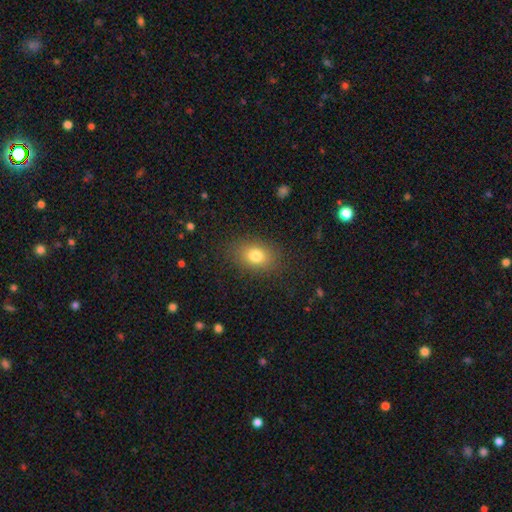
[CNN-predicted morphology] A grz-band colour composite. It shows a smooth galaxy with no disk features (80%) that is in between round and cigar-shaped (71%). Merging: none (84%).